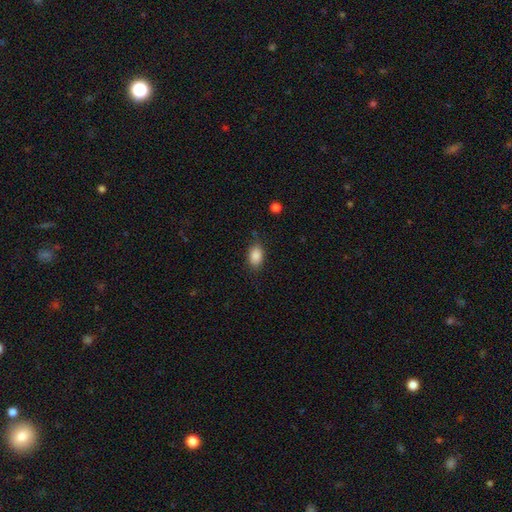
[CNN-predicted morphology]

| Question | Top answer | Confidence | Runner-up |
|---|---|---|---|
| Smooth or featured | smooth | 87% | star or artifact (8%) |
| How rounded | in between | 86% | round (12%) |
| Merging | none | 78% | minor disturbance (16%) |